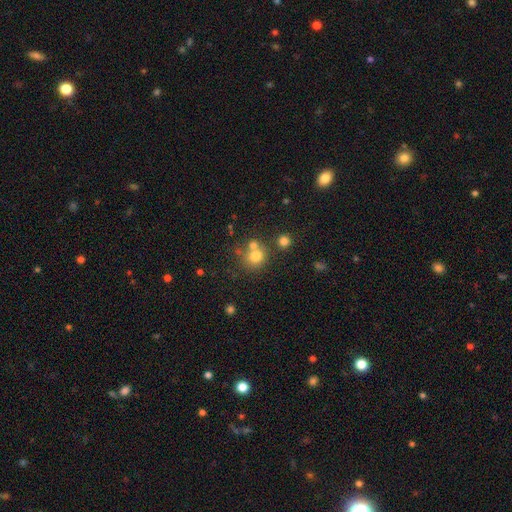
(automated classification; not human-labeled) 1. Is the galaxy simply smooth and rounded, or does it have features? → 73% smooth, 15% star or artifact, 12% featured or disk.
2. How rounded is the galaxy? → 85% round, 14% in between, 1% cigar-shaped.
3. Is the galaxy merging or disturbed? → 56% none, 31% merger, 9% minor disturbance, 4% major disturbance.